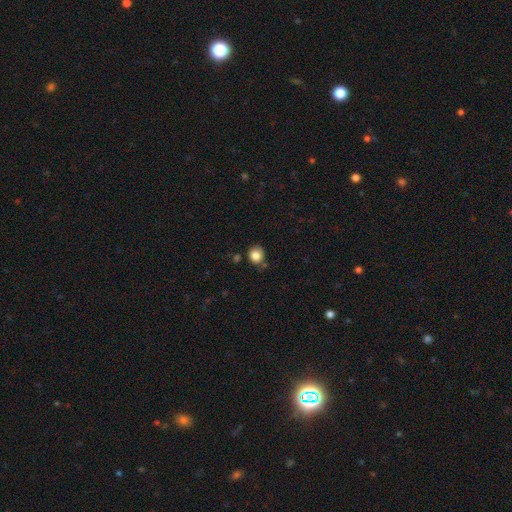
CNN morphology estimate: A smooth galaxy with no disk features (83%) that is round (80%).

Vote fractions:
- Smooth or featured? smooth: 83% / star or artifact: 10% / featured or disk: 7%
- How rounded? round: 80% / in between: 19% / cigar-shaped: 1%
- Merging? none: 69% / minor disturbance: 21% / merger: 5% / major disturbance: 5%